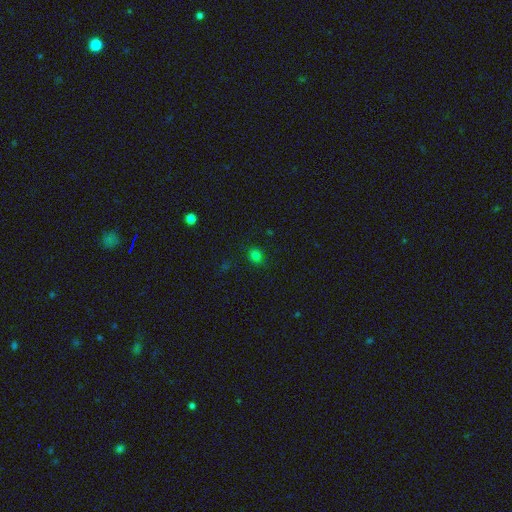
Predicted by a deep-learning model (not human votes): Smooth or featured? smooth (78%)
How rounded? round (66%)
Merging? none (85%)